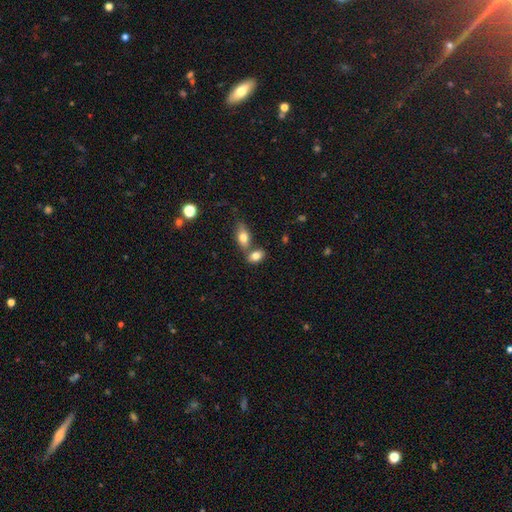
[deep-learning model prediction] This appears to be a smooth galaxy with no disk features (80%) that is in between round and cigar-shaped (87%). Merging: none (48%).